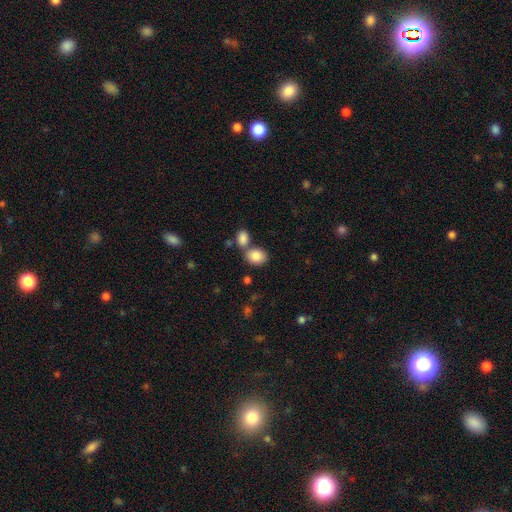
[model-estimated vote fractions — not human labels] smooth 86%, star or artifact 8%, featured or disk 6%. Down the decision tree: how rounded — in between (59%); merging — none (55%).